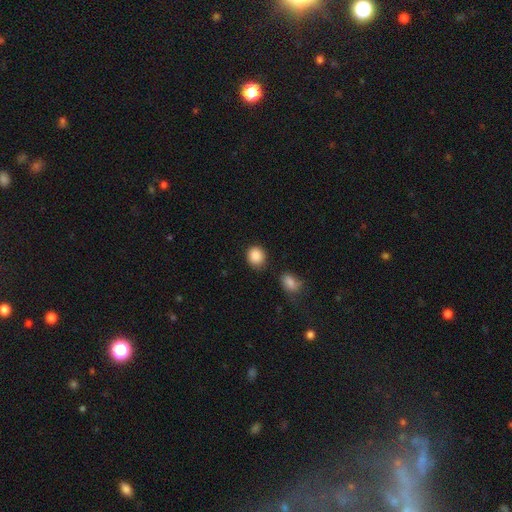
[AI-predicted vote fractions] Smooth or featured? smooth (89%)
How rounded? round (77%)
Merging? none (79%)